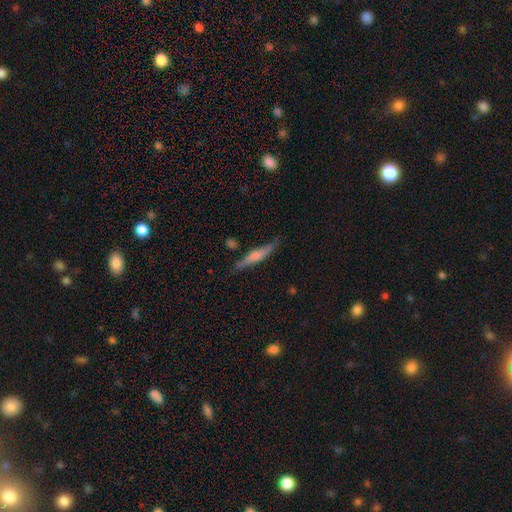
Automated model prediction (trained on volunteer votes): The model was most divided on "smooth or featured": smooth: 49%, featured or disk: 45%, star or artifact: 7%. More confident: merging — none (76%).